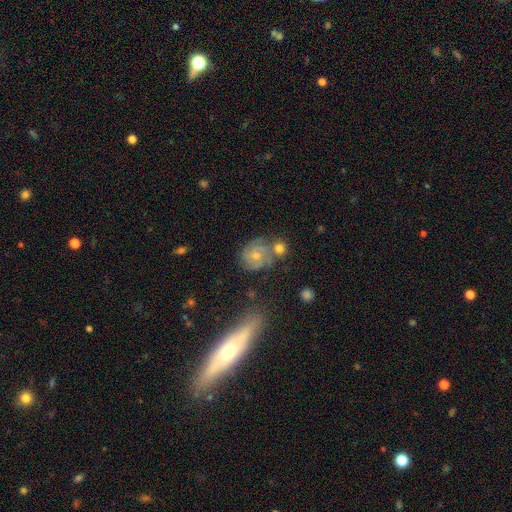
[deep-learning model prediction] Morphology: type=featured or disk (69%); edge-on=no (98%); bar=no (70%); spiral arms=yes (93%); winding=tight (61%); arm count=3 (35%); bulge=small (54%); merging=none (57%).